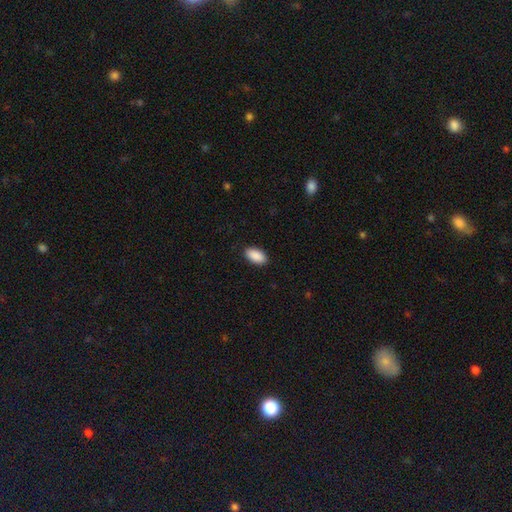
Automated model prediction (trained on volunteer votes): smooth 91%, star or artifact 6%, featured or disk 2%. Down the decision tree: how rounded — in between (95%); merging — none (90%).